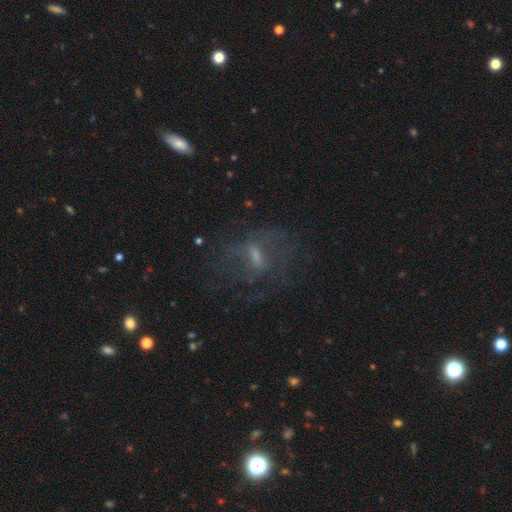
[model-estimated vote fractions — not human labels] Smooth or featured: featured or disk — 56% (smooth — 27%)
Edge-on disk: no — 91% (yes — 9%)
Bar: weak — 47% (no — 31%)
Spiral arms: no — 59% (yes — 41%)
Bulge size: small — 40% (moderate — 34%)
Merging: none — 52% (major disturbance — 28%)